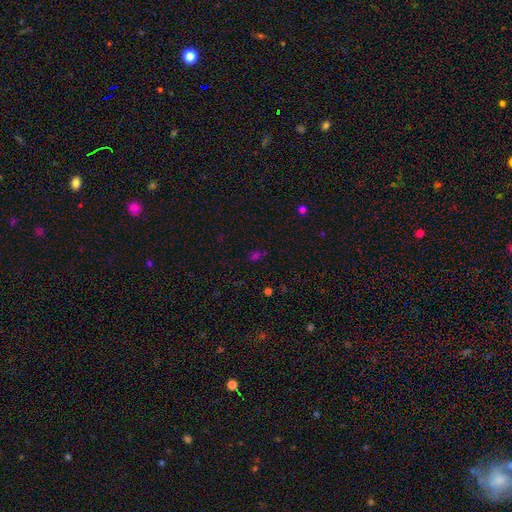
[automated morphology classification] Overall: smooth (52%; star or artifact 41%). How rounded: in between (72%). Merging: none (65%).